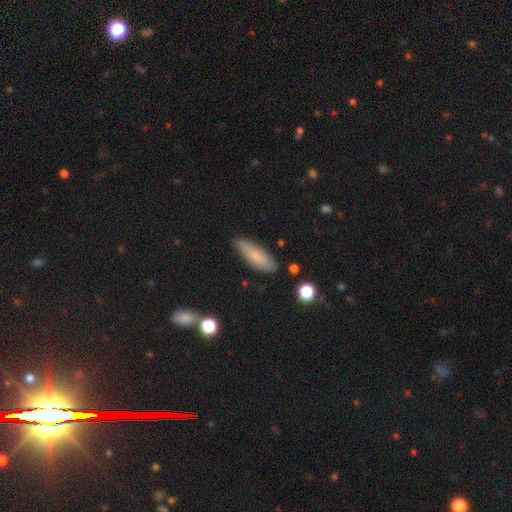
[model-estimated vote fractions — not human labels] smooth 74%, featured or disk 19%, star or artifact 7%. Down the decision tree: how rounded — in between (52%); merging — none (78%).